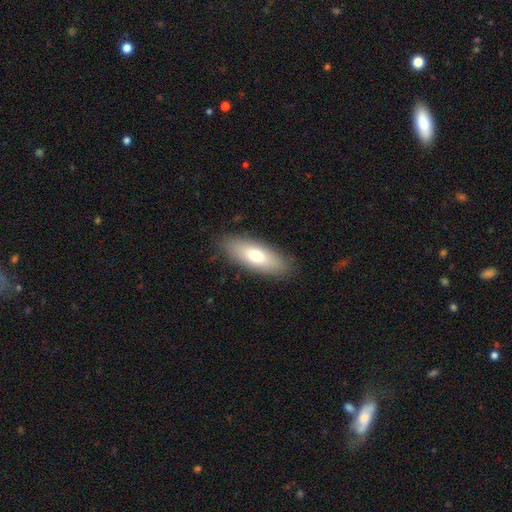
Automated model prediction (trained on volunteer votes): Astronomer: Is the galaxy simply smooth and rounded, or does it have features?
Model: smooth — 70%.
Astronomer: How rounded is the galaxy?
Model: in between — 73%.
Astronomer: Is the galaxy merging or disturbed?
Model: none — 86%.